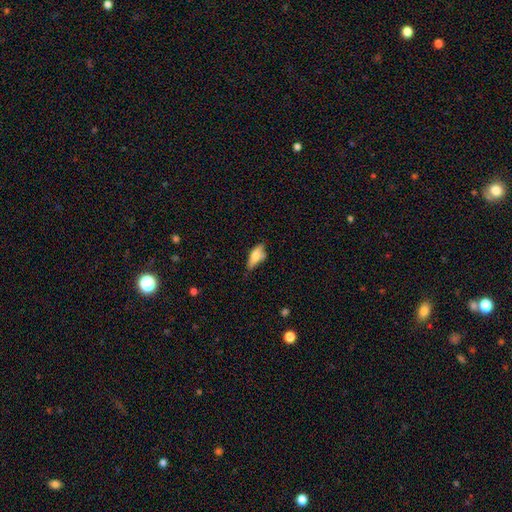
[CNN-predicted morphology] Overall: smooth (66%). How rounded: in between (72%). Merging: none (46%; minor disturbance 35%).